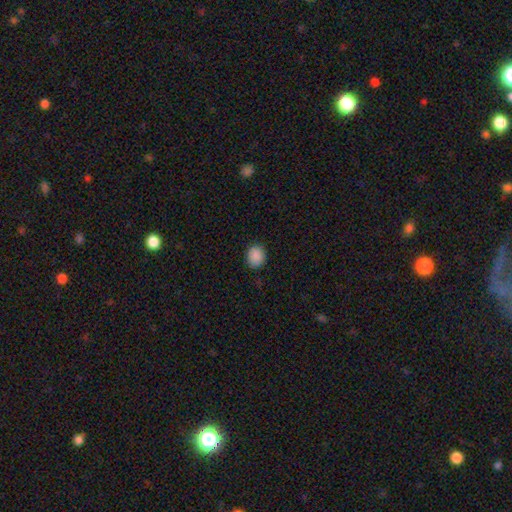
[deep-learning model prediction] Morphology: type=smooth (89%); roundness=round (64%); merging=none (89%).